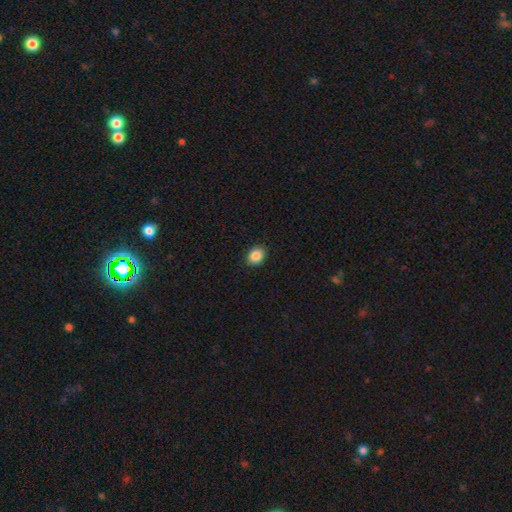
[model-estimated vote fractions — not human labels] Morphology: type=smooth (88%); roundness=round (50%); merging=none (91%).